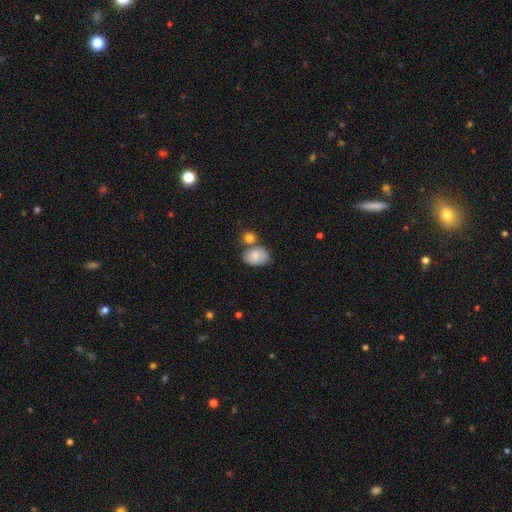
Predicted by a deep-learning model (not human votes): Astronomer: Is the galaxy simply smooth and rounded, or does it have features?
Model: smooth — 83%.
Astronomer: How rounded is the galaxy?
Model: in between — 81%.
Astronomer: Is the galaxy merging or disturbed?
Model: none — 53%.